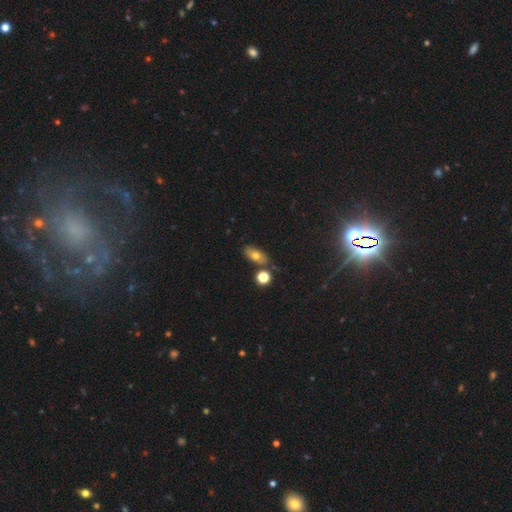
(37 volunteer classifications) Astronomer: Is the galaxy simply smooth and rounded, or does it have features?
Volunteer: smooth — 76%.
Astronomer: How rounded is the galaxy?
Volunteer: in between — 86%.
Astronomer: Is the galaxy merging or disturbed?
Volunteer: none — 83%.